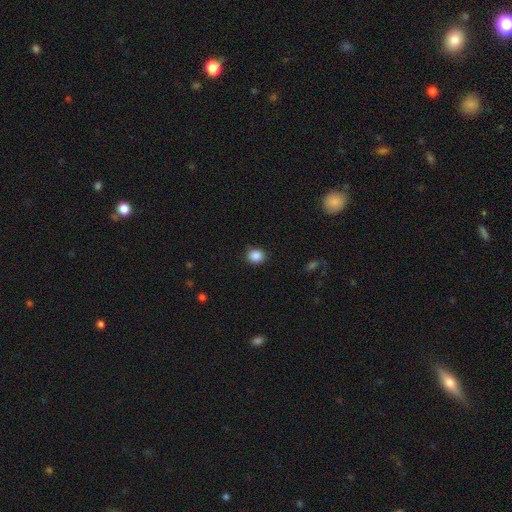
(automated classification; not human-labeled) This appears to be a smooth galaxy with no disk features (87%) that is round (80%). Merging: none (88%).